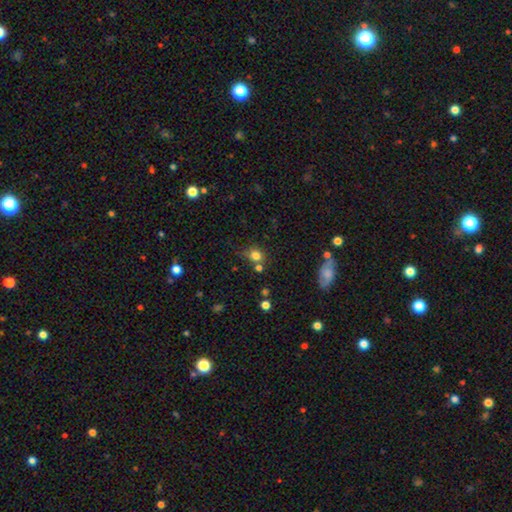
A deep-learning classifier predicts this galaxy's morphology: Overall: smooth (79%). How rounded: round (73%). Merging: none (59%; merger 19%).